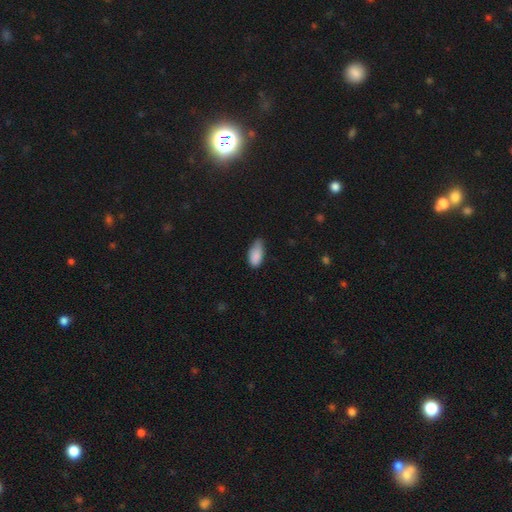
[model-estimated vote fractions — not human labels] This is clearly a smooth galaxy (87%). How rounded: clearly in between (93%). Merging: possibly minor disturbance (45%, tied with none).